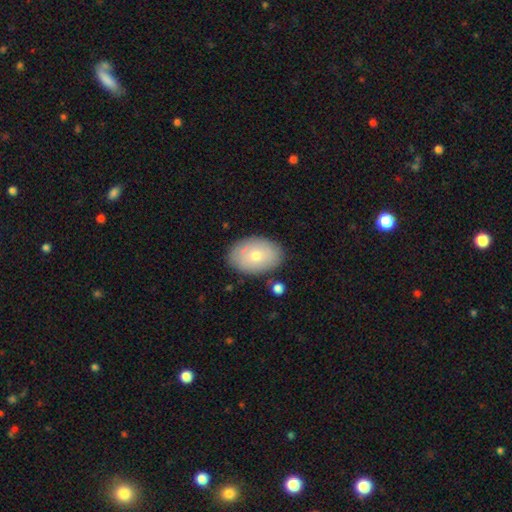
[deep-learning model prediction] smooth_or_featured: smooth (p=0.69) [alt: featured or disk p=0.25]
how_rounded: in between (p=0.86) [alt: round p=0.13]
merging: none (p=0.84) [alt: minor disturbance p=0.11]